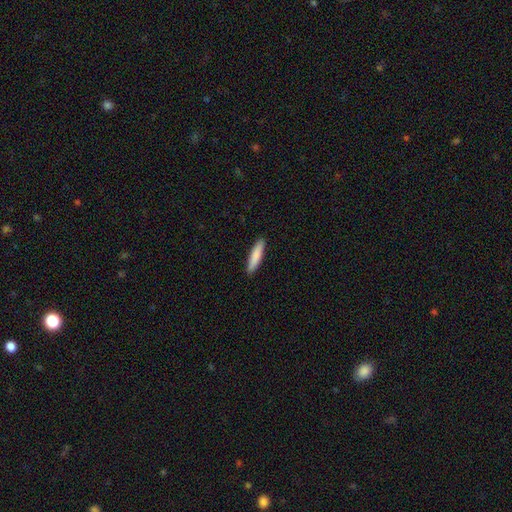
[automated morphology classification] The model was most divided on "how rounded": cigar-shaped: 84%, in between: 15%, round: 1%. More confident: merging — none (91%); smooth or featured — smooth (85%).